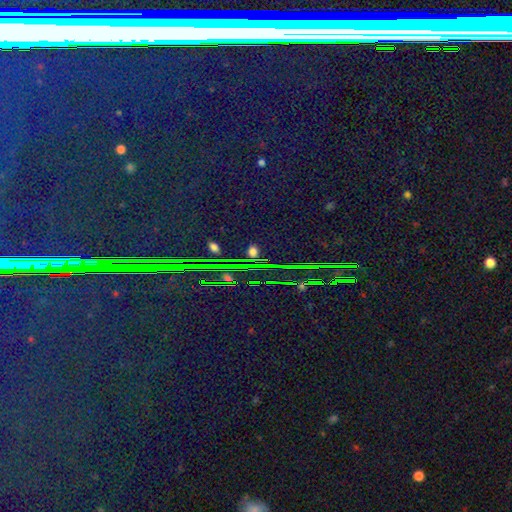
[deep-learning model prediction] This appears to be a star or artifact, not a galaxy (86%).